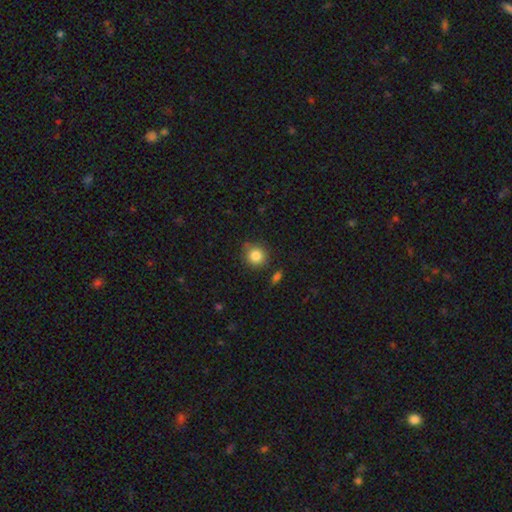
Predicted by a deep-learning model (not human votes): A smooth galaxy with no disk features (85%) that is round (90%).

Vote fractions:
- Smooth or featured? smooth: 85% / star or artifact: 9% / featured or disk: 6%
- How rounded? round: 90% / in between: 9% / cigar-shaped: 1%
- Merging? none: 79% / minor disturbance: 13% / merger: 4% / major disturbance: 3%